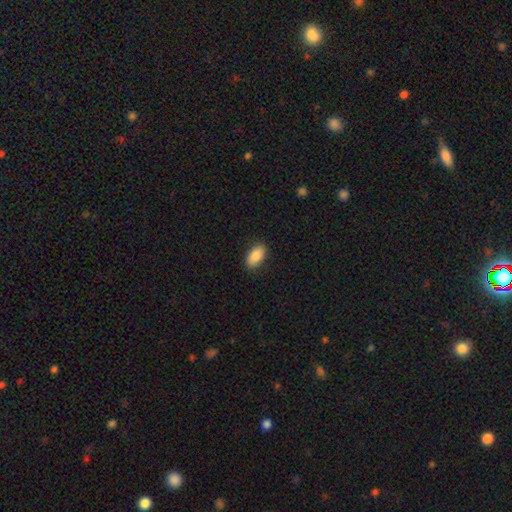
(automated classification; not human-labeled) smooth-or-featured: smooth: 88% | star or artifact: 7% | featured or disk: 6%
  how-rounded: in between: 93% | cigar-shaped: 3% | round: 3%
  merging: none: 88% | minor disturbance: 9% | major disturbance: 2% | merger: 1%